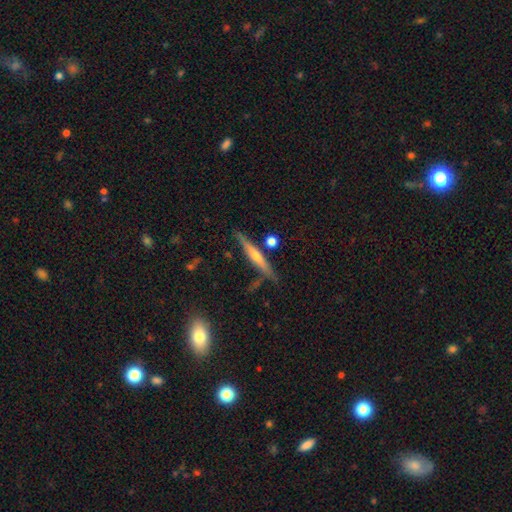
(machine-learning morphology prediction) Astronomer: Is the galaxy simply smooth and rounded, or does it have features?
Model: featured or disk — 64%.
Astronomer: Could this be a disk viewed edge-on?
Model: yes — 97%.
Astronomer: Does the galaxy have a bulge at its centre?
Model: rounded — 73%.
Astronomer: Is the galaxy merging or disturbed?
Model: none — 82%.